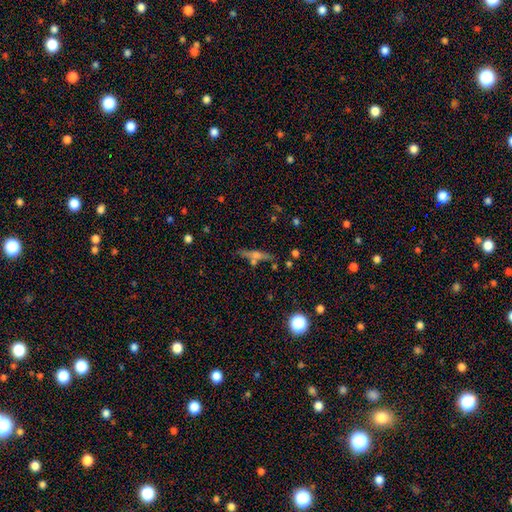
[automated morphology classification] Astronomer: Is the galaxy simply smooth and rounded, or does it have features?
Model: featured or disk — 48% (runner-up: smooth, 41%).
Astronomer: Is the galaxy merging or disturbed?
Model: none — 73%.